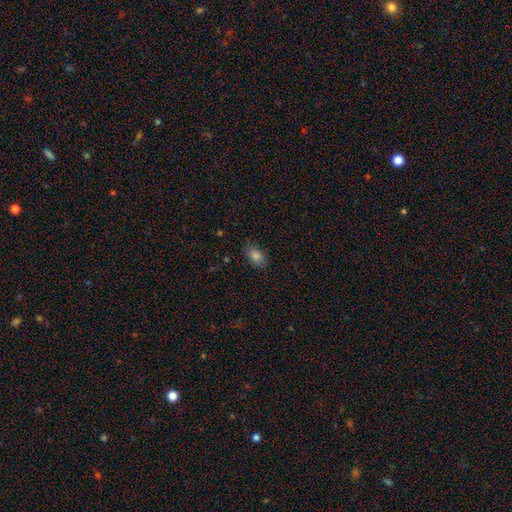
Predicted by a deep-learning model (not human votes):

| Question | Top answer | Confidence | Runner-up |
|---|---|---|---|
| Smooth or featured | smooth | 83% | star or artifact (10%) |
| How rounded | in between | 88% | round (10%) |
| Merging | none | 84% | minor disturbance (12%) |